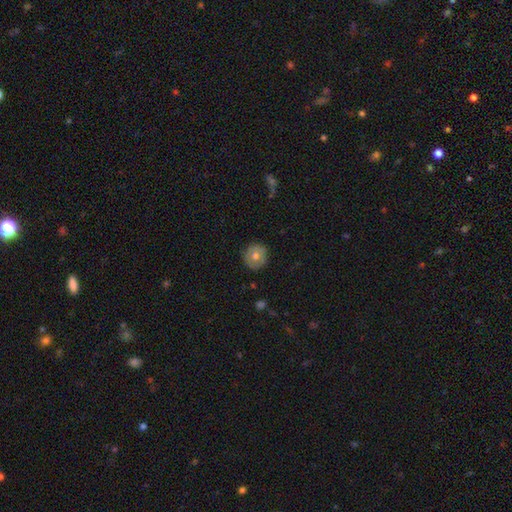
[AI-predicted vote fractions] smooth_or_featured: smooth (p=0.64) [alt: featured or disk p=0.28]
how_rounded: round (p=0.91) [alt: in between p=0.08]
merging: none (p=0.86) [alt: minor disturbance p=0.11]